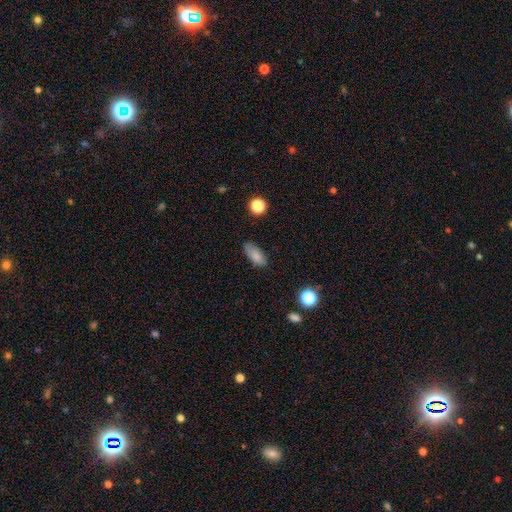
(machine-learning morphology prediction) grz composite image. It shows a smooth galaxy with no disk features (82%) that is in between round and cigar-shaped (86%). Merging: none (72%).